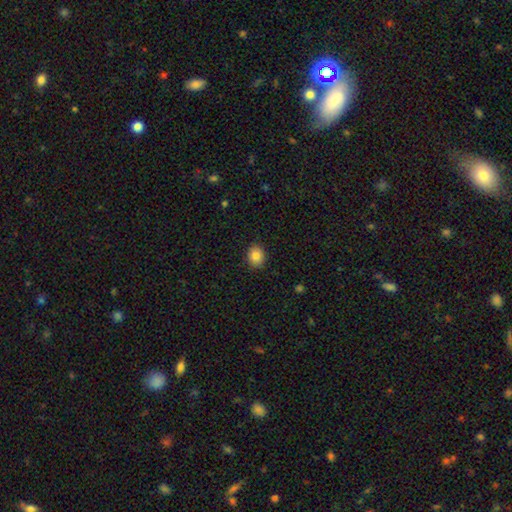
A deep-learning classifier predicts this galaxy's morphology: type=smooth (85%); roundness=round (59%); merging=none (89%).